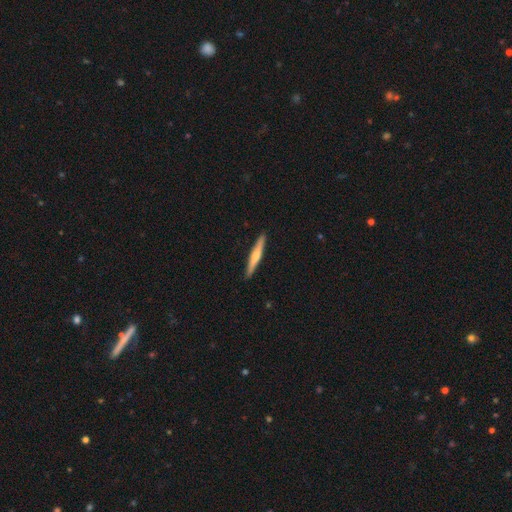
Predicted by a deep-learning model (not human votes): Smooth or featured: featured or disk — 49% (smooth — 46%)
Merging: none — 91% (minor disturbance — 6%)